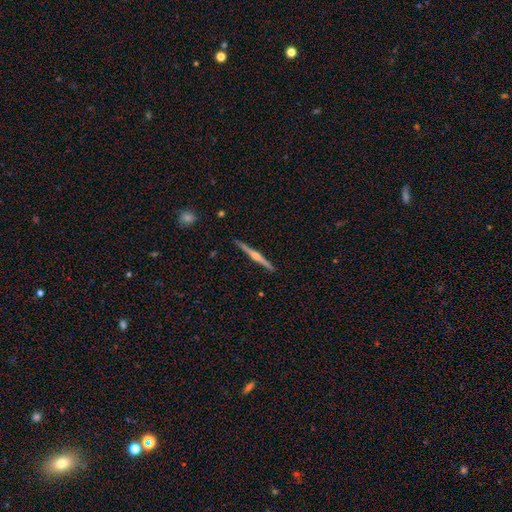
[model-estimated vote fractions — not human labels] This is clearly a featured or disk galaxy (81%). It is clearly viewed edge-on (99%). Edge-on bulge: clearly rounded (85%). Merging: clearly none (92%).